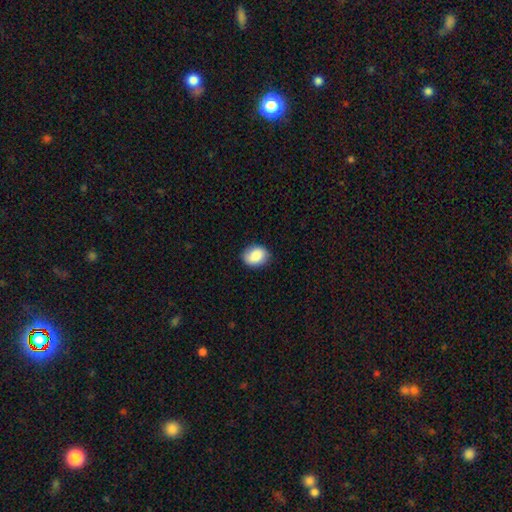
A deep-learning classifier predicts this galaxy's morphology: Smooth or featured: smooth — 83% (featured or disk — 9%)
How rounded: in between — 54% (round — 45%)
Merging: none — 82% (minor disturbance — 14%)